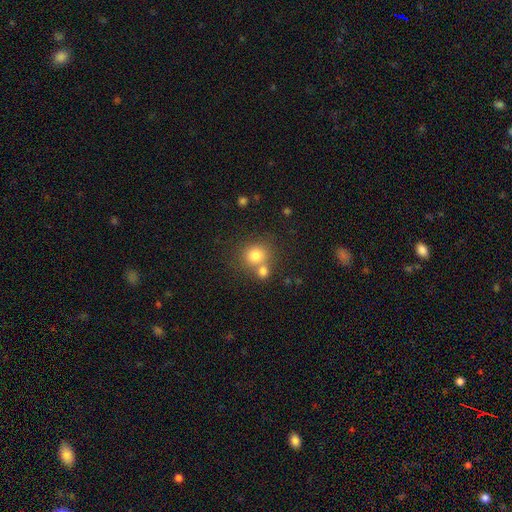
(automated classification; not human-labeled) smooth_or_featured: smooth (p=0.78) [alt: star or artifact p=0.12]
how_rounded: round (p=0.85) [alt: in between p=0.14]
merging: none (p=0.54) [alt: merger p=0.34]